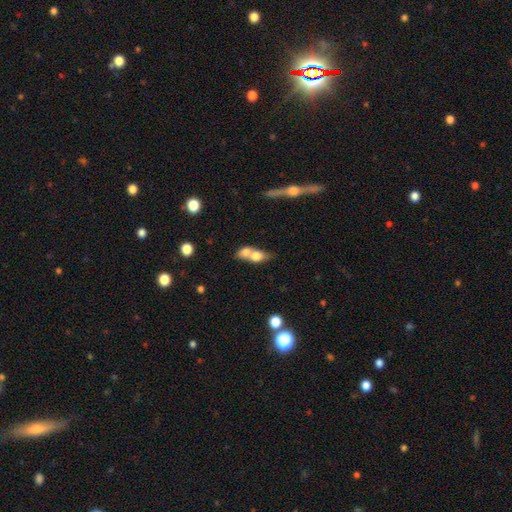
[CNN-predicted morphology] This is likely a smooth galaxy (68%). How rounded: likely in between (62%). Merging: likely merger (70%).